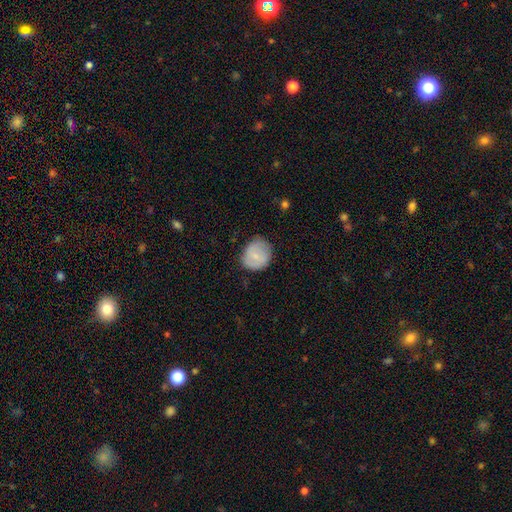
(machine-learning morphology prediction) type=smooth (70%); roundness=round (77%); merging=none (70%).